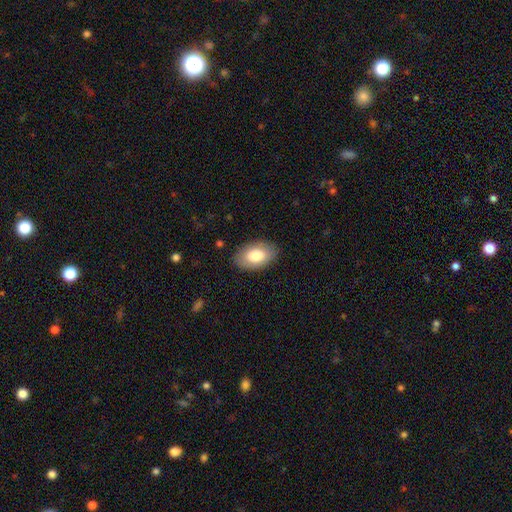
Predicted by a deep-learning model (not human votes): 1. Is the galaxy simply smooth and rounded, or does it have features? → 78% smooth, 15% featured or disk, 6% star or artifact.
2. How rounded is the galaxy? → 93% in between, 5% round, 1% cigar-shaped.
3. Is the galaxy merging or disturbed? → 84% none, 12% minor disturbance, 3% major disturbance, 1% merger.